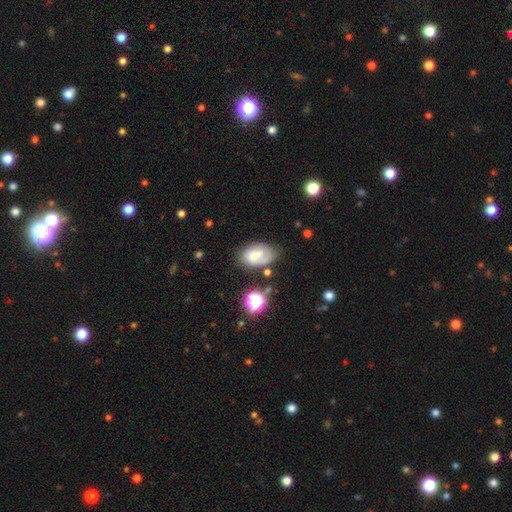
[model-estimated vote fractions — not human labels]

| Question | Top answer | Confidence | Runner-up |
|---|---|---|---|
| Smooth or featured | smooth | 53% | featured or disk (35%) |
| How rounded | in between | 88% | round (11%) |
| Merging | none | 59% | minor disturbance (25%) |